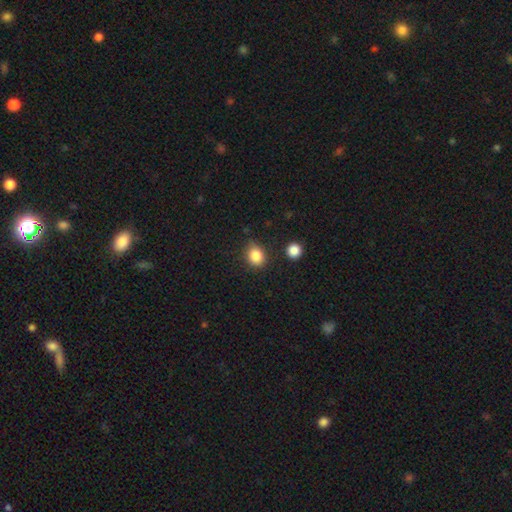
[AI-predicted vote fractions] Q: Smooth or featured?
A: smooth (86%); runner-up: star or artifact (10%)
Q: How rounded?
A: round (57%); runner-up: in between (42%)
Q: Merging?
A: none (78%); runner-up: minor disturbance (14%)